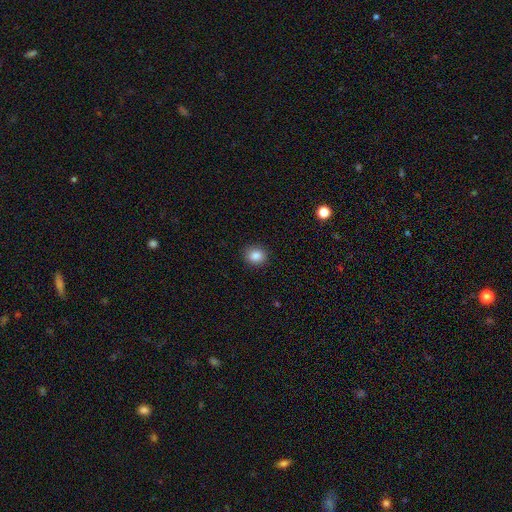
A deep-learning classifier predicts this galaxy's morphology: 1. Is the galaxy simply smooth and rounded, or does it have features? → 86% smooth, 10% star or artifact, 4% featured or disk.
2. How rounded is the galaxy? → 77% round, 22% in between, 1% cigar-shaped.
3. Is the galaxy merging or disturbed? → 90% none, 7% minor disturbance, 2% major disturbance, 1% merger.